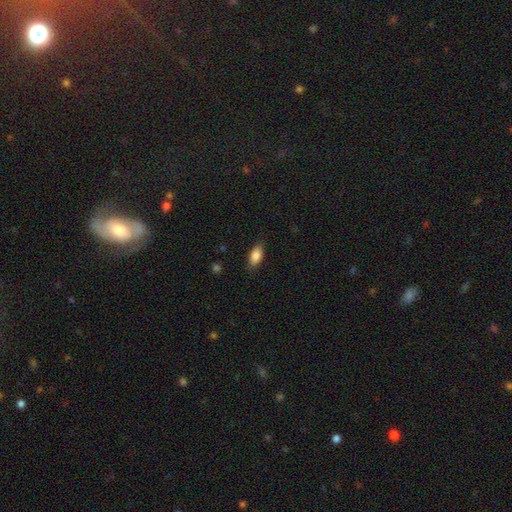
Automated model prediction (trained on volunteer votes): Smooth or featured: smooth — 84% (featured or disk — 9%)
How rounded: in between — 88% (cigar-shaped — 8%)
Merging: none — 84% (minor disturbance — 12%)